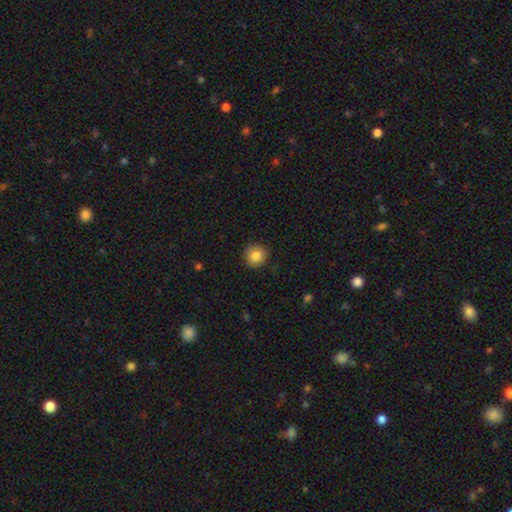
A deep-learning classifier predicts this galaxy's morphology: Smooth or featured?
  - smooth: 83% *
  - star or artifact: 9%
  - featured or disk: 8%
How rounded?
  - round: 92% *
  - in between: 7%
  - cigar-shaped: 1%
Merging?
  - none: 88% *
  - minor disturbance: 9%
  - major disturbance: 2%
  - merger: 1%